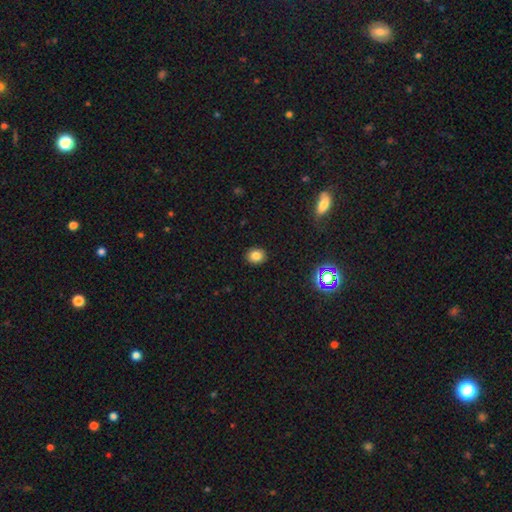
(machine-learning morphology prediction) Overall: smooth (81%). How rounded: round (65%; in between 34%). Merging: none (90%).